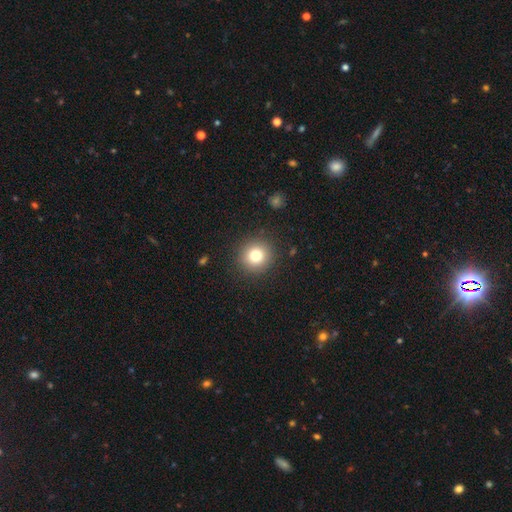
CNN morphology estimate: This is likely a smooth galaxy (79%). How rounded: clearly round (92%). Merging: clearly none (90%).